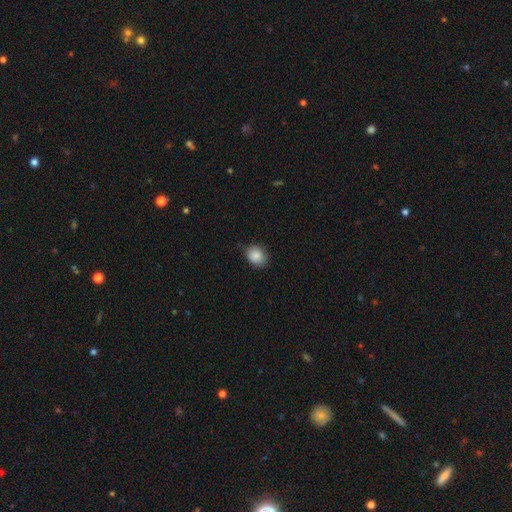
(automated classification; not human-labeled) The model was most divided on "how rounded": round: 53%, in between: 47%, cigar-shaped: 1%. More confident: smooth or featured — smooth (86%); merging — none (81%).